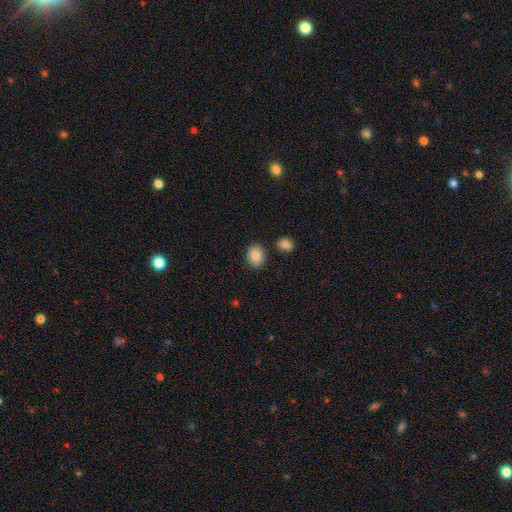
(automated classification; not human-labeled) This appears to be a smooth galaxy with no disk features (86%) that is in between round and cigar-shaped (51%). Merging: none (83%).